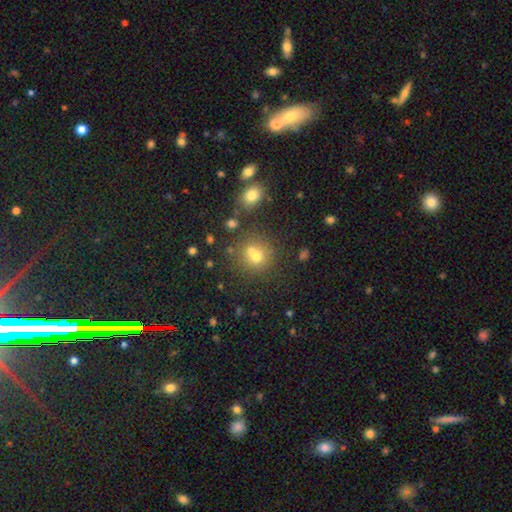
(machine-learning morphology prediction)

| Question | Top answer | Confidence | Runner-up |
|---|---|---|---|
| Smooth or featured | smooth | 65% | star or artifact (19%) |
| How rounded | round | 85% | in between (14%) |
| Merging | none | 51% | merger (36%) |